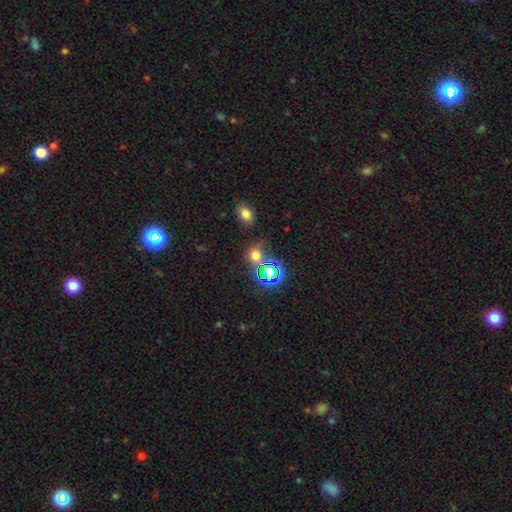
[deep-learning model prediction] This is possibly a smooth galaxy (48%). Merging: likely none (65%).